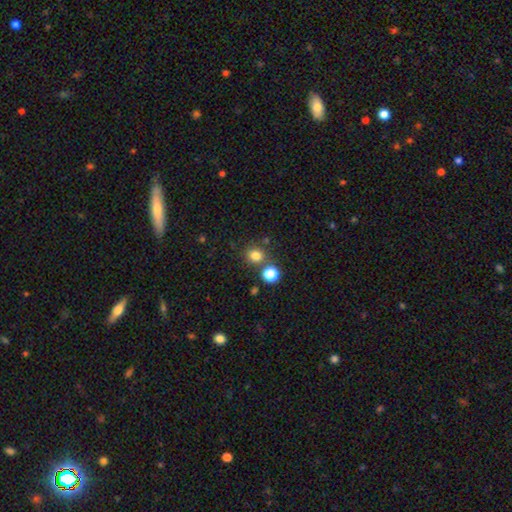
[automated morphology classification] A smooth galaxy with no disk features (78%) that is round (85%). Merging: none (75%).